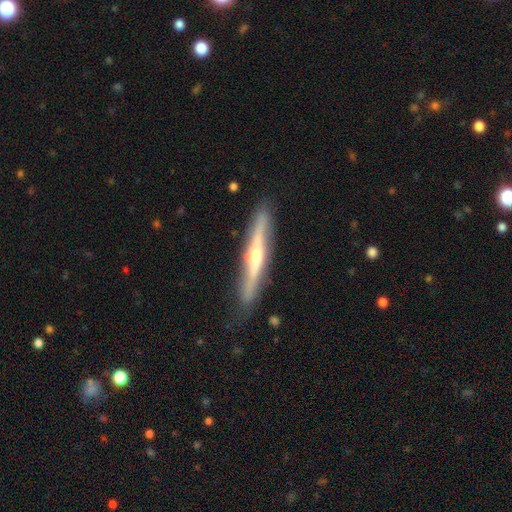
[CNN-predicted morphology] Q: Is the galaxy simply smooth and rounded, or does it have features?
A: featured or disk — 70%.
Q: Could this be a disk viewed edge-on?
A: yes — 91%.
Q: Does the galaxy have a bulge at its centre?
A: rounded — 78%.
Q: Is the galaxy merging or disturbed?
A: none — 82%.